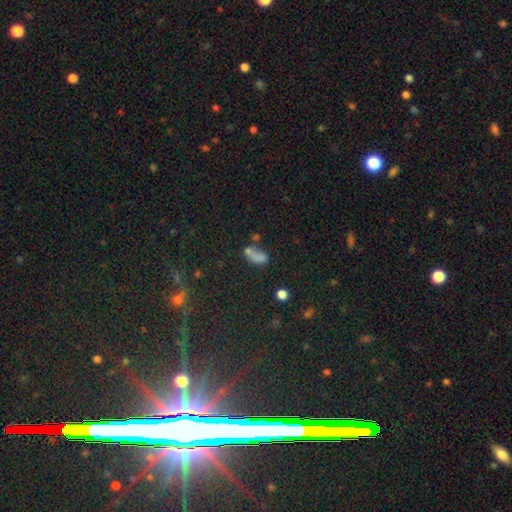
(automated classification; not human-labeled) Q: Smooth or featured?
A: smooth (66%); runner-up: star or artifact (19%)
Q: How rounded?
A: in between (82%); runner-up: cigar-shaped (9%)
Q: Merging?
A: none (34%); runner-up: merger (31%)